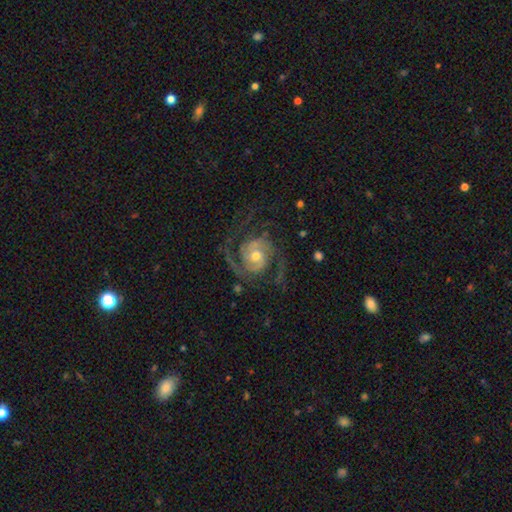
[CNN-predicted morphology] Overall: featured or disk (91%). Edge-on disk: no (98%). Bar: no (66%; weak 27%). Spiral arms: yes (98%). Spiral arm count: 2 (63%). Spiral winding: medium (49%; tight 34%). Bulge size: moderate (63%; small 30%). Merging: none (70%).